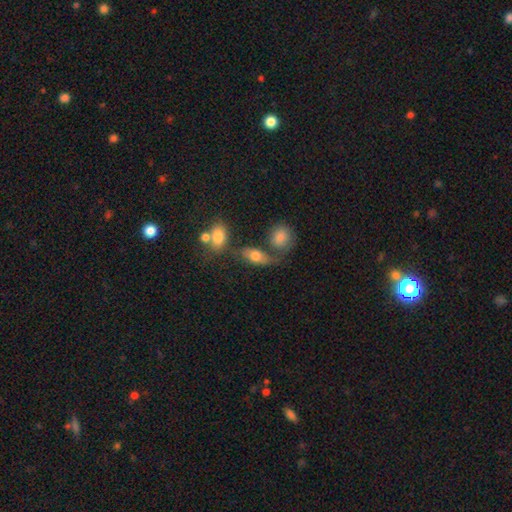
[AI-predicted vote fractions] This appears to be a smooth galaxy with no disk features (72%) that is in between round and cigar-shaped (79%). Merging: none (47%).